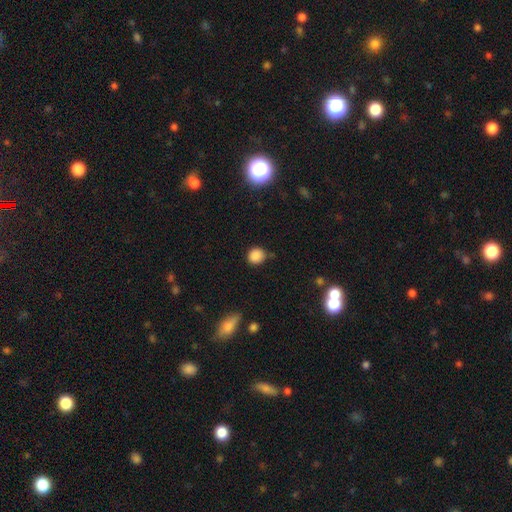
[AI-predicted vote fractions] Smooth or featured: smooth — 84% (star or artifact — 12%)
How rounded: round — 87% (in between — 12%)
Merging: none — 77% (minor disturbance — 16%)